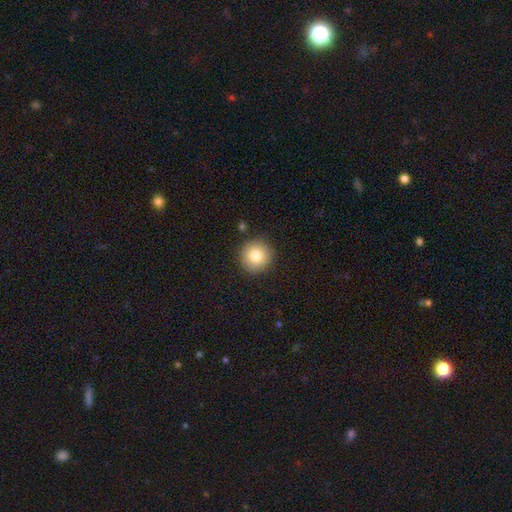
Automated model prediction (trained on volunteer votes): Smooth or featured? smooth (81%)
How rounded? round (95%)
Merging? none (89%)